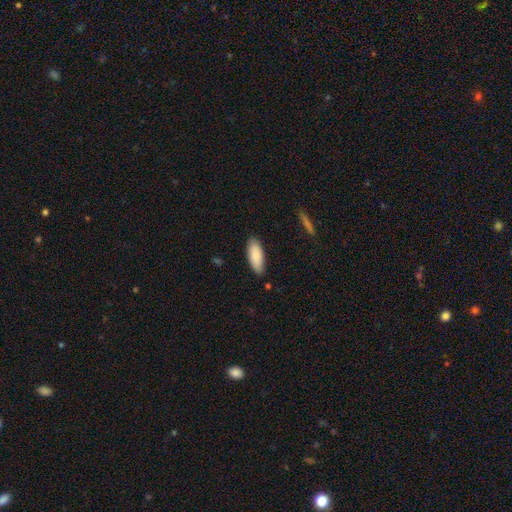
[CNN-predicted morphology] Overall: smooth (86%). How rounded: in between (80%). Merging: none (83%).